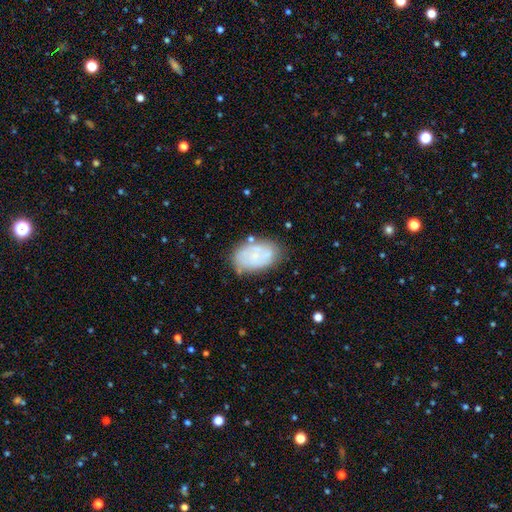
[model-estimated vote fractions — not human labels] This is possibly a featured or disk galaxy (46%, tied with smooth). Merging: likely none (68%).